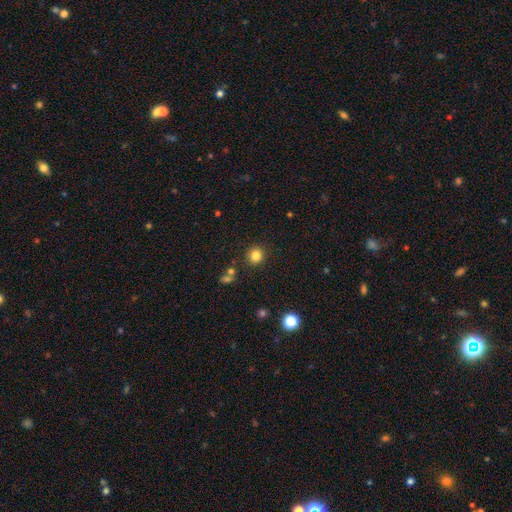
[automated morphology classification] The model was most divided on "smooth or featured": smooth: 82%, star or artifact: 13%, featured or disk: 5%. More confident: how rounded — round (88%); merging — none (88%).